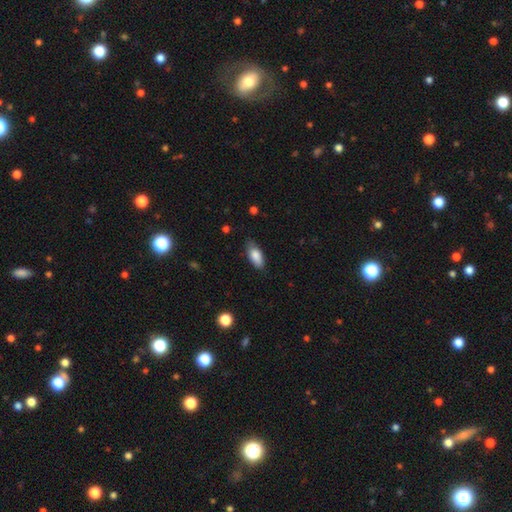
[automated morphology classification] Overall: smooth (85%). How rounded: in between (86%). Merging: none (73%).